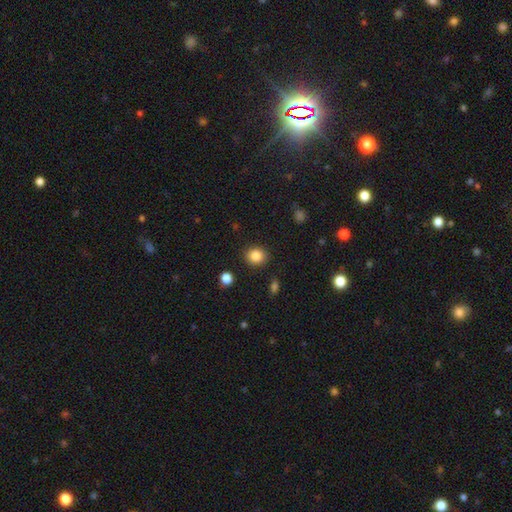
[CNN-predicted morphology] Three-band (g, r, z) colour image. It shows a smooth galaxy with no disk features (86%) that is round (76%). Merging: none (88%).